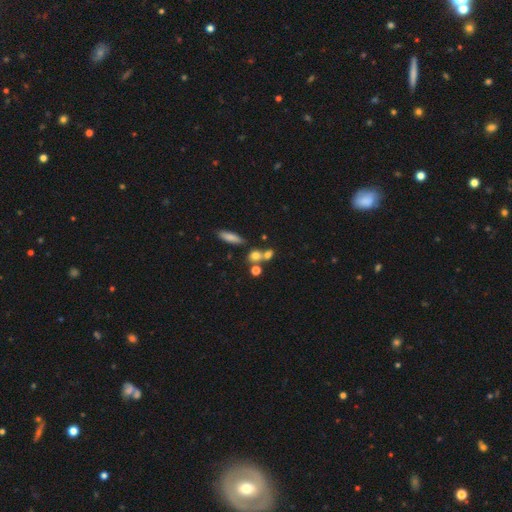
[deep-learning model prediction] smooth_or_featured: smooth (p=0.70) [alt: star or artifact p=0.15]
how_rounded: round (p=0.66) [alt: in between p=0.26]
merging: none (p=0.49) [alt: merger p=0.37]